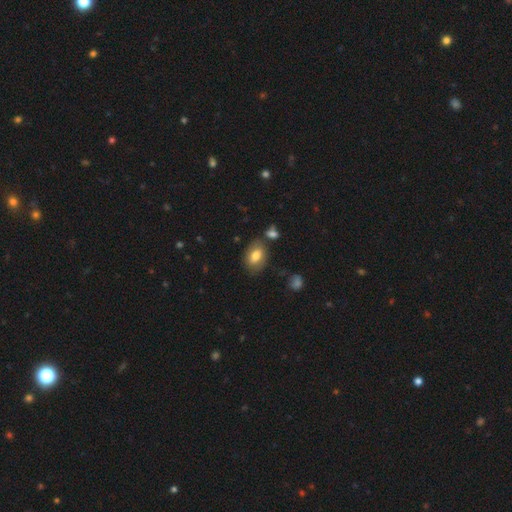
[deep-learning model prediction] Smooth or featured: smooth — 77% (featured or disk — 15%)
How rounded: in between — 84% (round — 15%)
Merging: none — 75% (minor disturbance — 15%)